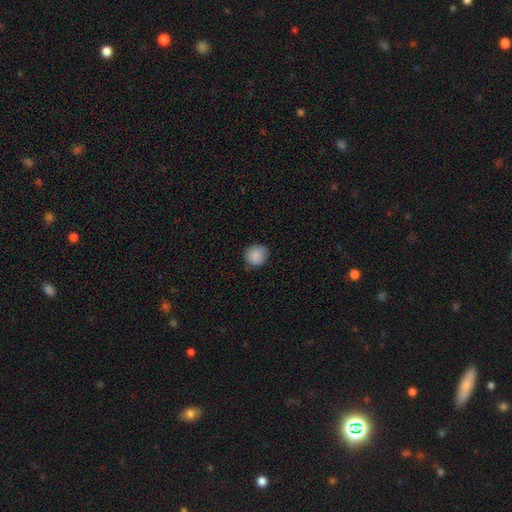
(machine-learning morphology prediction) Q: Smooth or featured?
A: smooth (89%); runner-up: star or artifact (8%)
Q: How rounded?
A: round (87%); runner-up: in between (12%)
Q: Merging?
A: none (86%); runner-up: minor disturbance (11%)